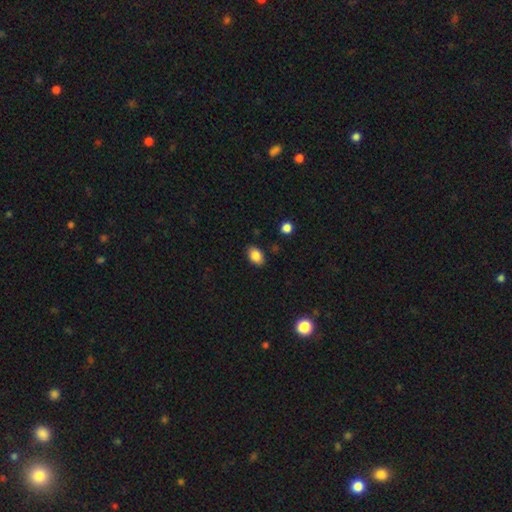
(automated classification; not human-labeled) Smooth or featured? smooth (86%)
How rounded? in between (86%)
Merging? none (85%)